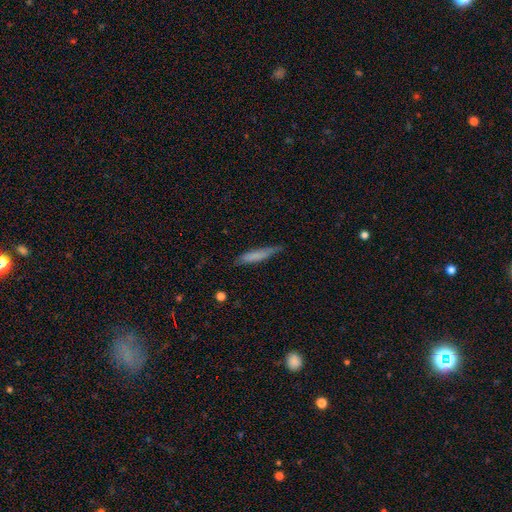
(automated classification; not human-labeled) smooth 73%, featured or disk 20%, star or artifact 7%. Down the decision tree: how rounded — cigar-shaped (89%); merging — none (68%).